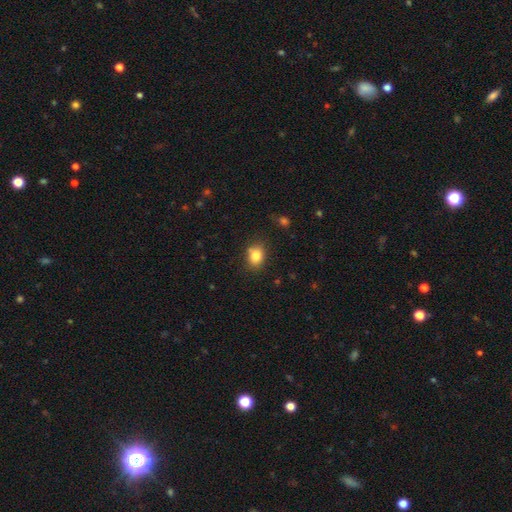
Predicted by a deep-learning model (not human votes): The model was most divided on "how rounded": in between: 54%, round: 45%, cigar-shaped: 1%. More confident: smooth or featured — smooth (84%); merging — none (77%).